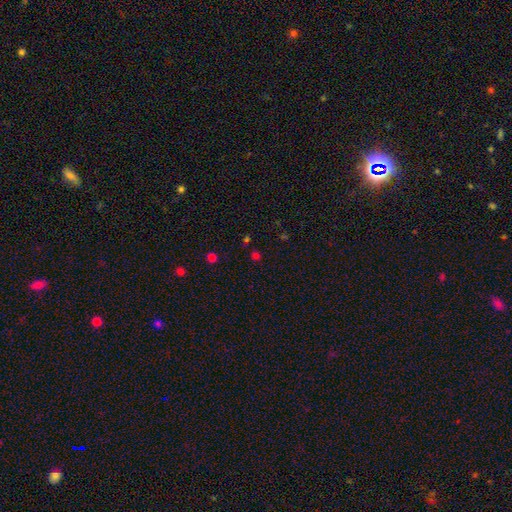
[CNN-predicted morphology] Overall: smooth (51%; star or artifact 43%). How rounded: round (76%). Merging: none (77%).